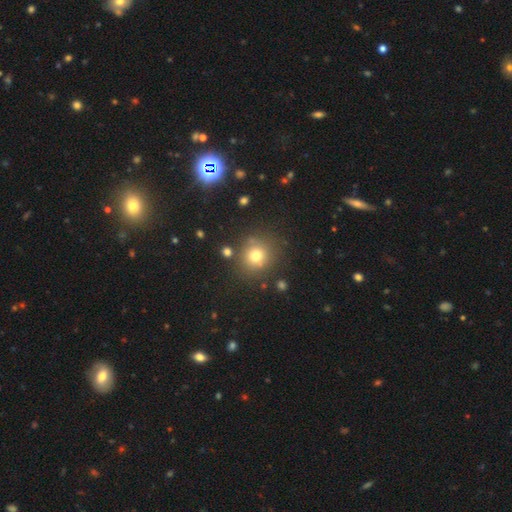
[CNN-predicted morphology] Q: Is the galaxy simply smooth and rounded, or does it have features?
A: smooth — 74%.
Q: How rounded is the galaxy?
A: round — 89%.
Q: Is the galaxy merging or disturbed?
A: none — 79%.